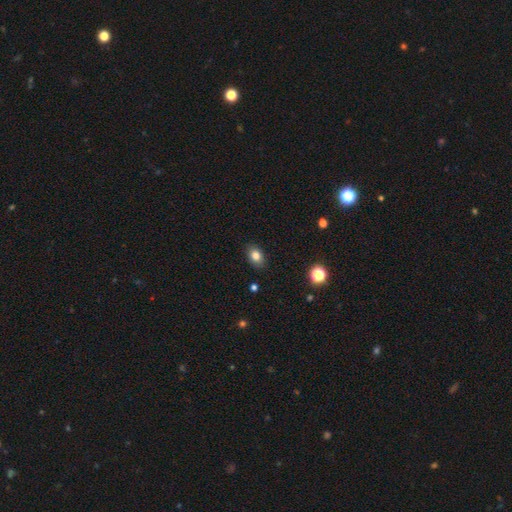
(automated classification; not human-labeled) Overall: smooth (82%). How rounded: in between (78%). Merging: none (87%).